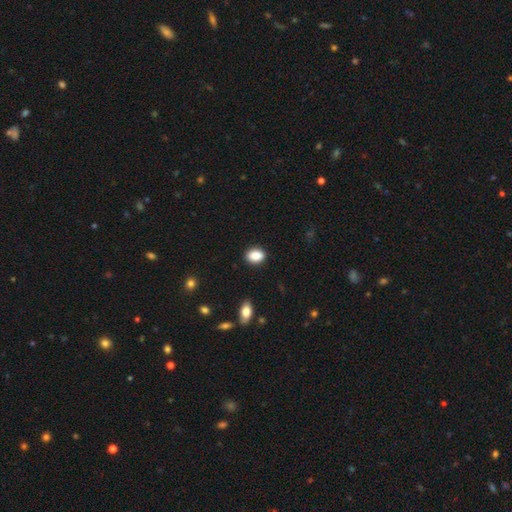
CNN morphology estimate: Smooth or featured?
  - smooth: 88% *
  - star or artifact: 8%
  - featured or disk: 4%
How rounded?
  - in between: 73% *
  - round: 25%
  - cigar-shaped: 1%
Merging?
  - none: 88% *
  - minor disturbance: 8%
  - major disturbance: 2%
  - merger: 1%